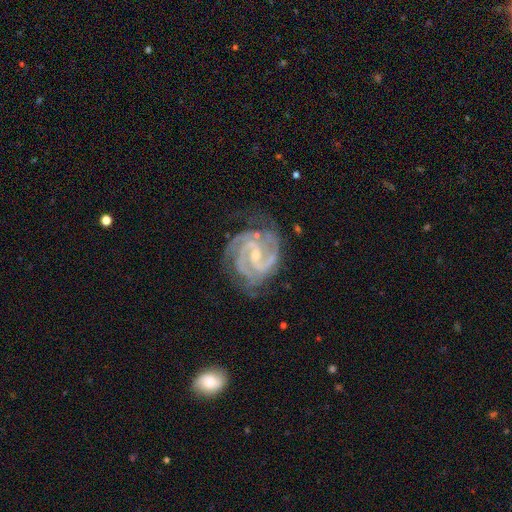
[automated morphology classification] This appears to be a featured or disk galaxy (93%) with a weak bar (51%), 2 (54%) tight (55%) spiral arms (99%) and a small central bulge (63%). Merging: none (68%).